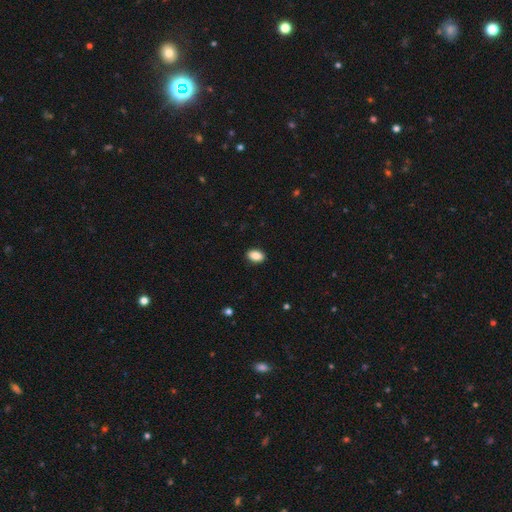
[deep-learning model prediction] Smooth or featured? Predicted: smooth (p=0.88). How rounded? Predicted: in between (p=0.88). Merging? Predicted: none (p=0.90).